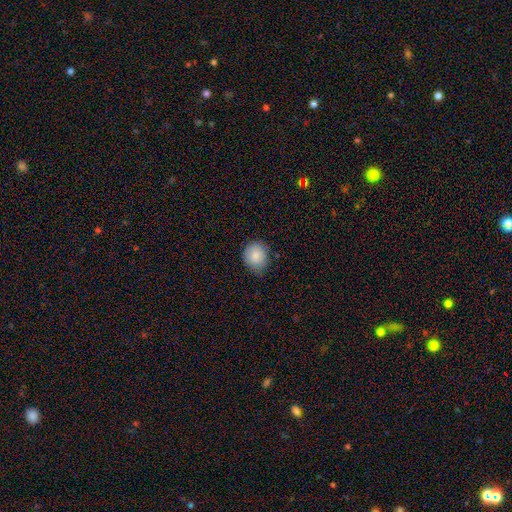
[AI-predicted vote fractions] Overall: smooth (87%). How rounded: round (71%). Merging: none (70%).